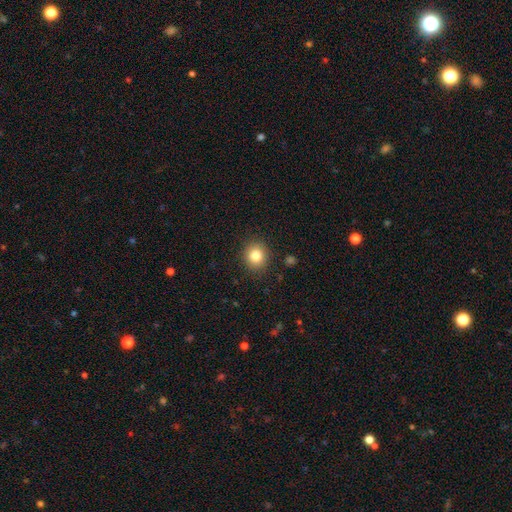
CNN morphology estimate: Smooth or featured: smooth — 82% (star or artifact — 11%)
How rounded: round — 85% (in between — 14%)
Merging: none — 90% (minor disturbance — 7%)